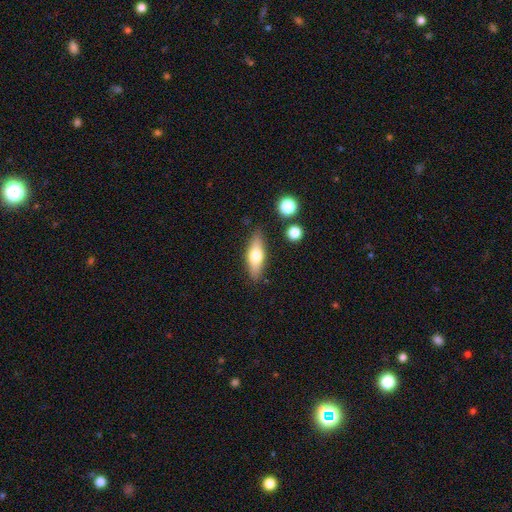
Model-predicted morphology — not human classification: The model was most divided on "how rounded": in between: 59%, cigar-shaped: 38%, round: 3%. More confident: merging — none (84%); smooth or featured — smooth (62%).